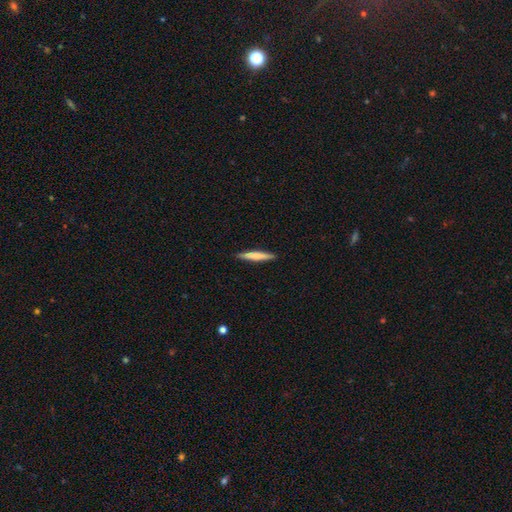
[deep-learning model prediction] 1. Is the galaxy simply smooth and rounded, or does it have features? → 65% smooth, 29% featured or disk, 5% star or artifact.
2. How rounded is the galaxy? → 93% cigar-shaped, 5% in between, 1% round.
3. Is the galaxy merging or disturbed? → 91% none, 7% minor disturbance, 1% major disturbance, 1% merger.